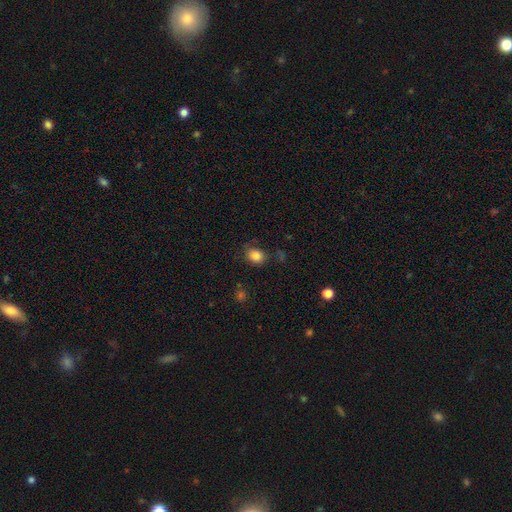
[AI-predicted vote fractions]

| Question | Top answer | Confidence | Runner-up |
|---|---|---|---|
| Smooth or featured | smooth | 84% | star or artifact (11%) |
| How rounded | round | 52% | in between (47%) |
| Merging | none | 74% | minor disturbance (18%) |